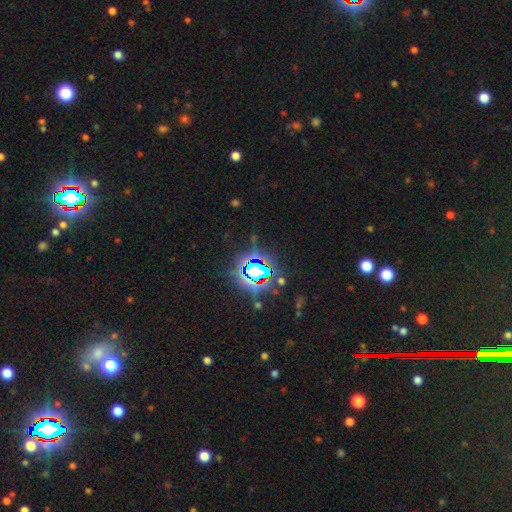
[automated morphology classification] Q: Smooth or featured?
A: star or artifact (74%); runner-up: smooth (16%)